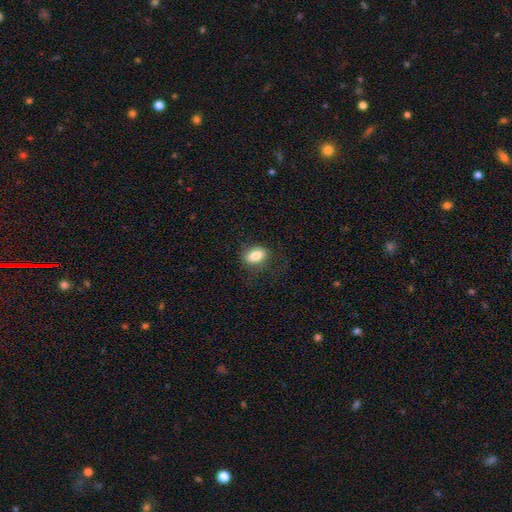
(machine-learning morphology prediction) smooth-or-featured: smooth: 81% | featured or disk: 10% | star or artifact: 9%
  how-rounded: in between: 81% | round: 17% | cigar-shaped: 2%
  merging: none: 76% | minor disturbance: 16% | major disturbance: 7% | merger: 1%